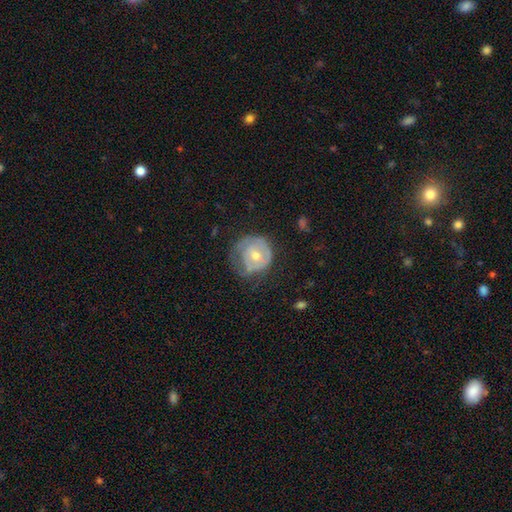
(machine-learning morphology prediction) A featured or disk galaxy (59%) with no bar (69%), spiral arms (57%) and a moderate central bulge (61%). Merging: none (51%).